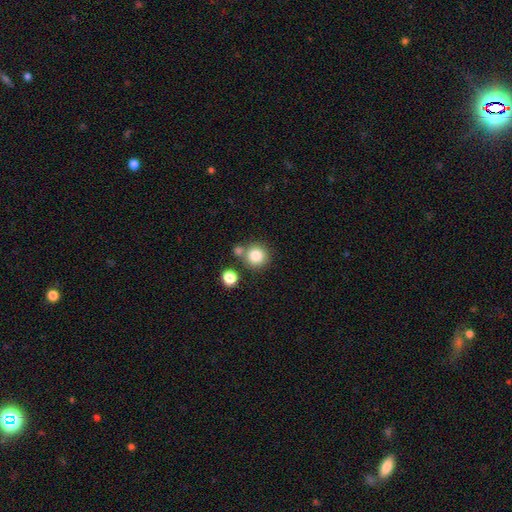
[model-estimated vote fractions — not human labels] Morphology: type=smooth (83%); roundness=round (92%); merging=none (69%).